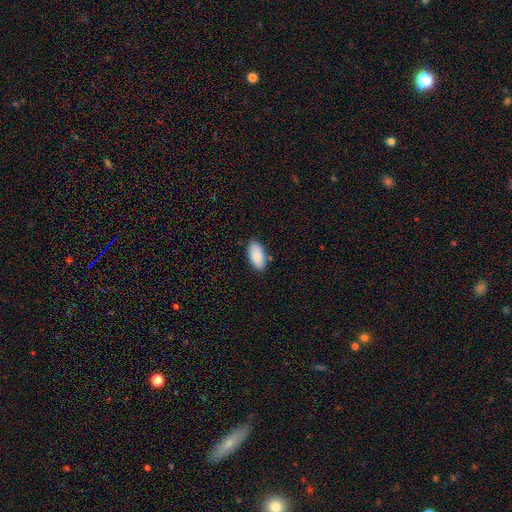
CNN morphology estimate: This appears to be a smooth galaxy with no disk features (88%) that is in between round and cigar-shaped (93%). Merging: none (85%).